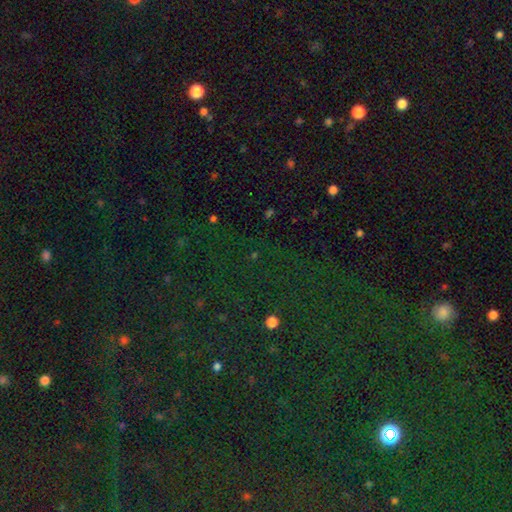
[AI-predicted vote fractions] smooth-or-featured: star or artifact: 81% | smooth: 11% | featured or disk: 7%